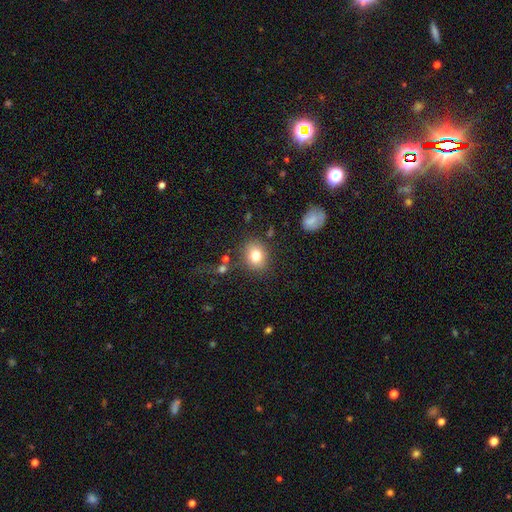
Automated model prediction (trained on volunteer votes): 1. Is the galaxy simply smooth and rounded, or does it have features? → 79% smooth, 11% star or artifact, 10% featured or disk.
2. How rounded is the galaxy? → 66% round, 33% in between, 1% cigar-shaped.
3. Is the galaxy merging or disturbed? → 83% none, 10% minor disturbance, 4% major disturbance, 3% merger.